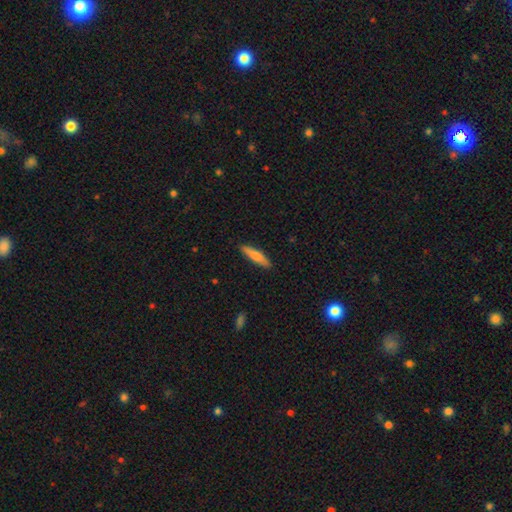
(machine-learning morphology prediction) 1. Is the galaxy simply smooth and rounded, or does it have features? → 69% smooth, 25% featured or disk, 5% star or artifact.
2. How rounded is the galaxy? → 78% cigar-shaped, 20% in between, 2% round.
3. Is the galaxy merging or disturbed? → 89% none, 8% minor disturbance, 2% major disturbance, 1% merger.